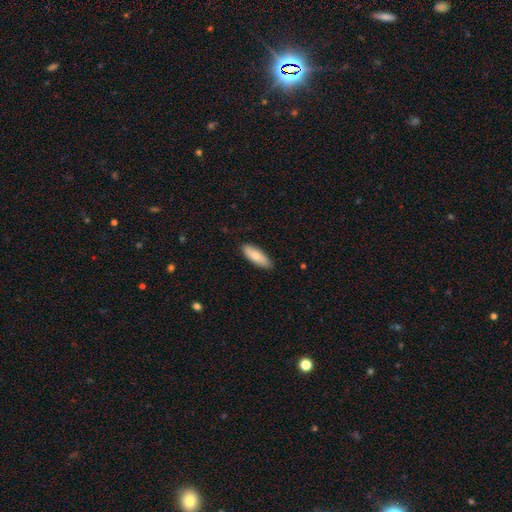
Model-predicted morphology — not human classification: Smooth or featured? smooth (80%)
How rounded? in between (67%)
Merging? none (86%)